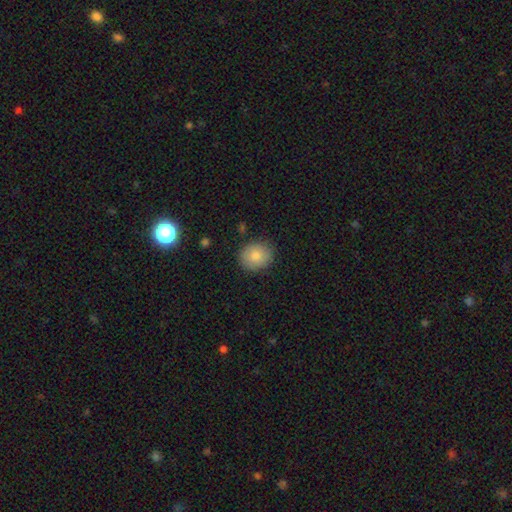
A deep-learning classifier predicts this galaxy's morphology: type=smooth (82%); roundness=round (70%); merging=none (84%).